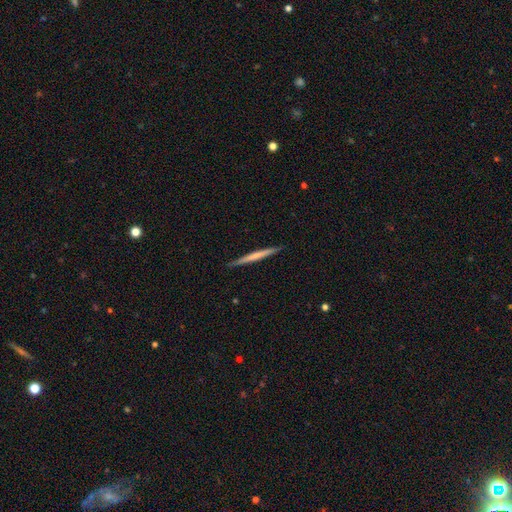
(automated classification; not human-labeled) smooth 52%, featured or disk 43%, star or artifact 5%. Down the decision tree: how rounded — cigar-shaped (97%); merging — none (91%).